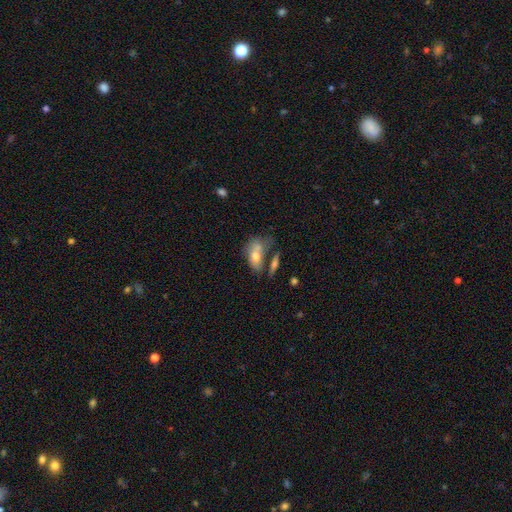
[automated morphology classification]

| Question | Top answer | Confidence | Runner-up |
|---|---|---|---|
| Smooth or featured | smooth | 64% | featured or disk (28%) |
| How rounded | in between | 87% | round (7%) |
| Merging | merger | 36% | none (32%) |